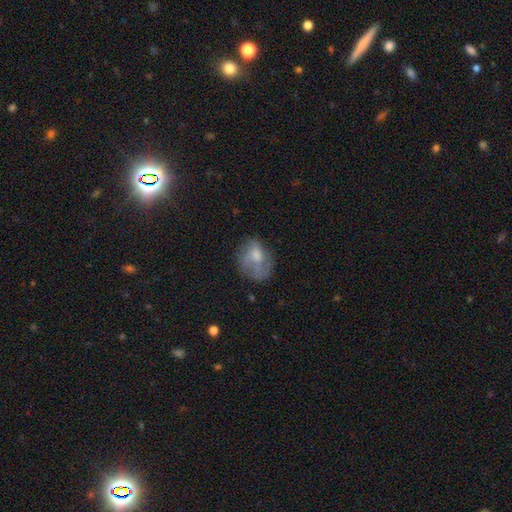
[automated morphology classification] Q: Smooth or featured?
A: smooth (50%); runner-up: featured or disk (36%)
Q: Merging?
A: none (50%); runner-up: minor disturbance (27%)